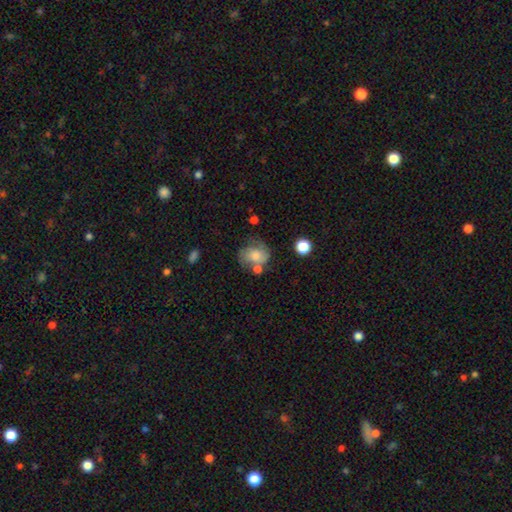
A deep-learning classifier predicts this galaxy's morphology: type=smooth (58%); roundness=round (59%); merging=none (45%).